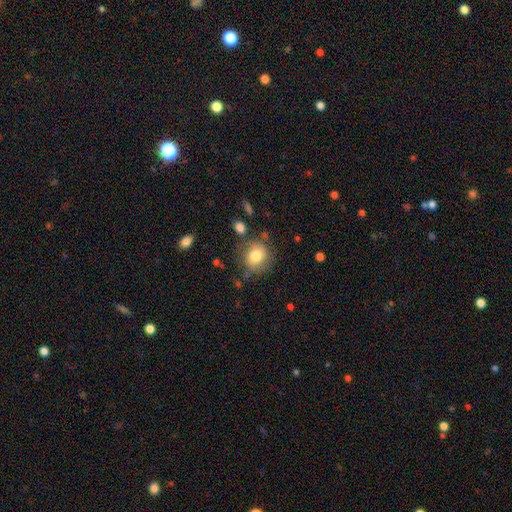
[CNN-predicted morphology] This is likely a smooth galaxy (76%). How rounded: likely round (79%). Merging: likely none (73%).